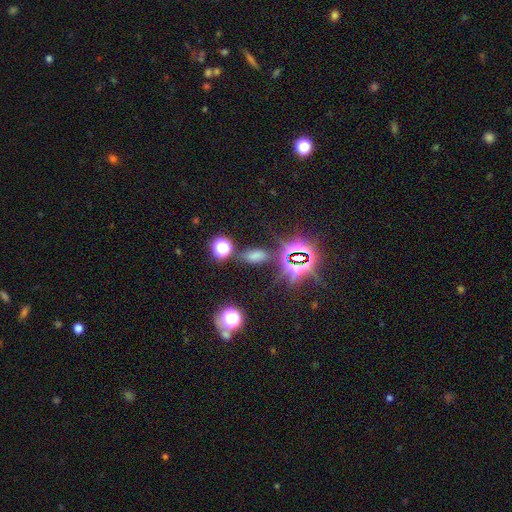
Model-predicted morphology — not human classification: A smooth galaxy with no disk features (51%) that is in between round and cigar-shaped (82%). Merging: none (71%).